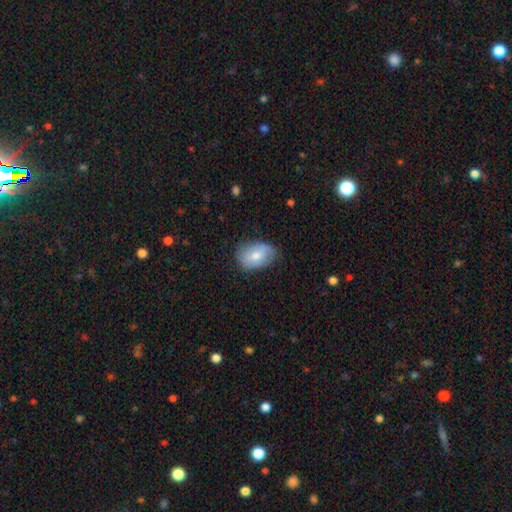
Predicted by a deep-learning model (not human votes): Q: Smooth or featured?
A: smooth (68%); runner-up: featured or disk (25%)
Q: How rounded?
A: in between (85%); runner-up: round (14%)
Q: Merging?
A: none (74%); runner-up: minor disturbance (21%)